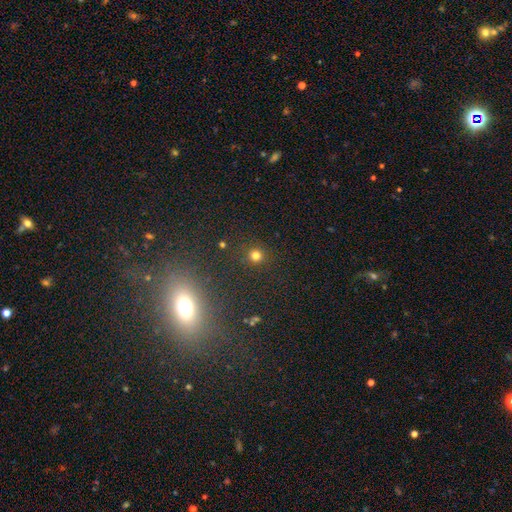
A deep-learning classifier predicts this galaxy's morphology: Smooth or featured? smooth (77%)
How rounded? round (93%)
Merging? none (89%)